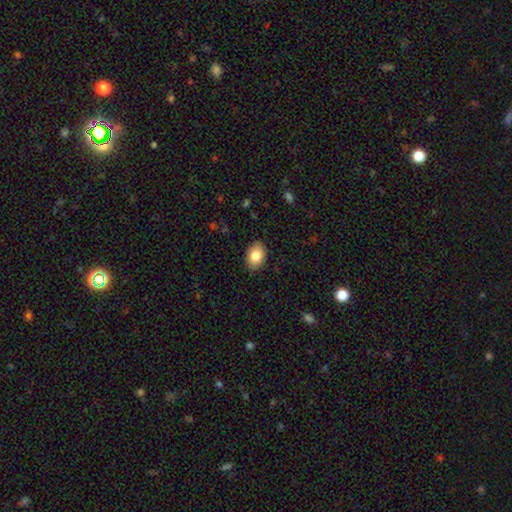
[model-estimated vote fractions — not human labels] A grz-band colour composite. It shows a smooth galaxy with no disk features (84%) that is in between round and cigar-shaped (86%). Merging: none (88%).